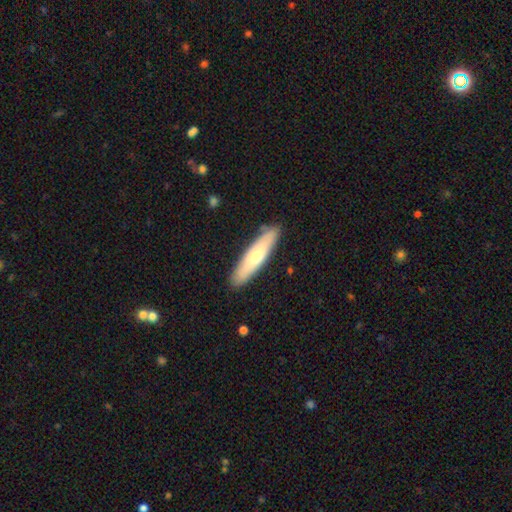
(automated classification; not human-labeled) Smooth or featured?
  - smooth: 62% *
  - featured or disk: 33%
  - star or artifact: 5%
How rounded?
  - cigar-shaped: 78% *
  - in between: 21%
  - round: 1%
Merging?
  - none: 88% *
  - minor disturbance: 9%
  - major disturbance: 2%
  - merger: 1%